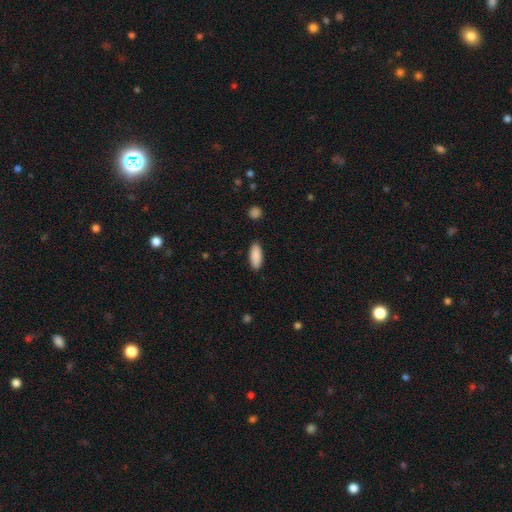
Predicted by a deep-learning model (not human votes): A smooth galaxy with no disk features (90%) that is in between round and cigar-shaped (80%). Merging: none (88%).